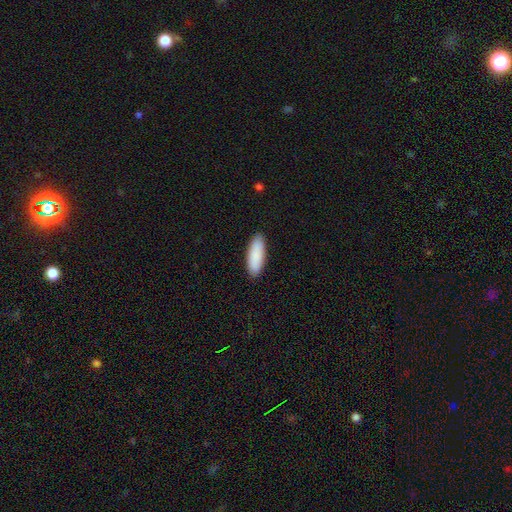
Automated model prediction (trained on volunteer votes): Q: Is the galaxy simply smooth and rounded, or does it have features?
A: smooth — 89%.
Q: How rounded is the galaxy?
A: in between — 70%.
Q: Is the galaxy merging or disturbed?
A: none — 89%.